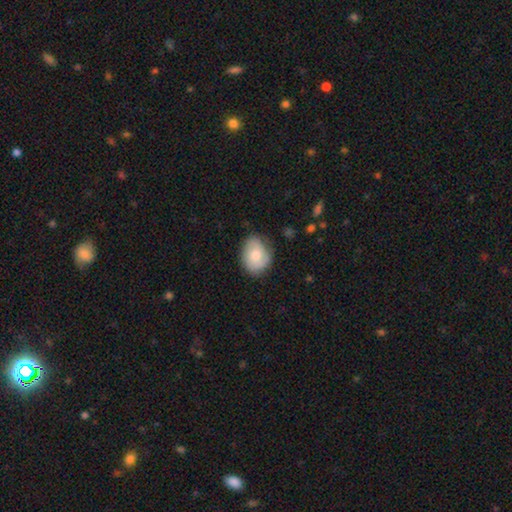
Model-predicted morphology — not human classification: A smooth galaxy with no disk features (59%) that is in between round and cigar-shaped (59%).

Vote fractions:
- Smooth or featured? smooth: 59% / featured or disk: 34% / star or artifact: 7%
- How rounded? in between: 59% / round: 40% / cigar-shaped: 1%
- Merging? none: 73% / minor disturbance: 20% / major disturbance: 5% / merger: 1%